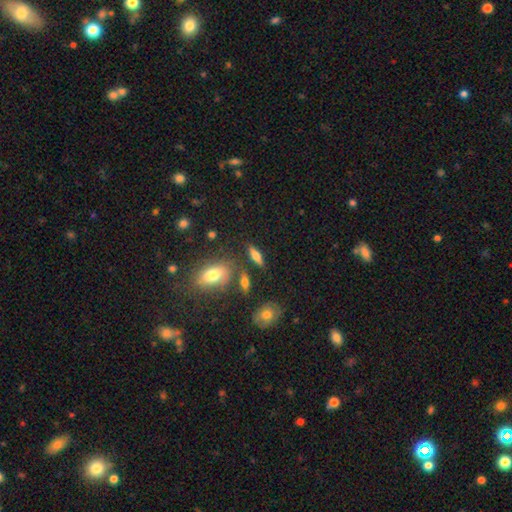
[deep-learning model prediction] The model was most divided on "how rounded": in between: 48%, cigar-shaped: 47%, round: 5%. More confident: merging — none (75%); smooth or featured — smooth (59%).